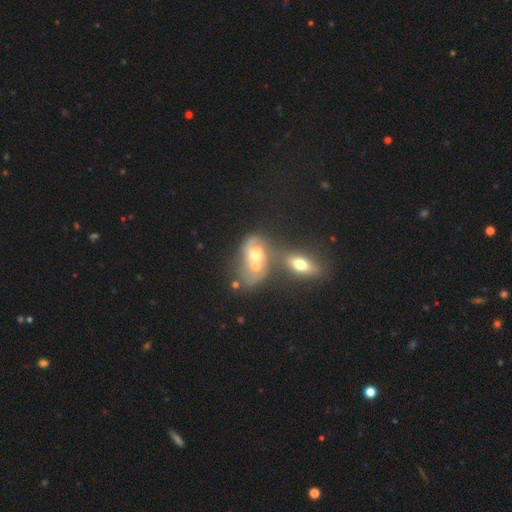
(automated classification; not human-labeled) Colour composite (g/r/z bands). It shows a featured or disk galaxy (56%) with no bar (75%), spiral arms (64%) and a moderate central bulge (67%). Merging: merger (61%).